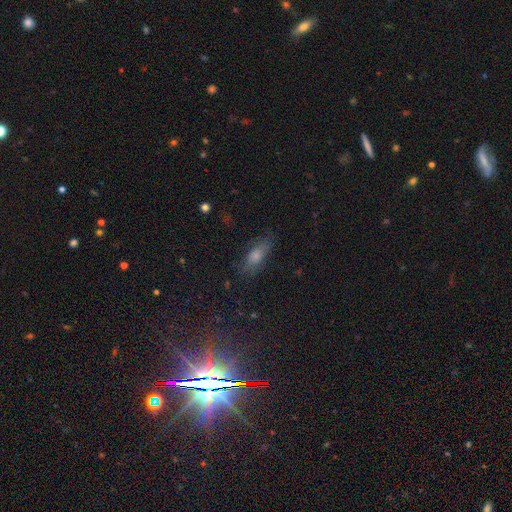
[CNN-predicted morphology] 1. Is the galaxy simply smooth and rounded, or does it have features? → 64% smooth, 22% featured or disk, 14% star or artifact.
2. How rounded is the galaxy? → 66% in between, 30% cigar-shaped, 4% round.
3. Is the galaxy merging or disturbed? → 73% none, 19% minor disturbance, 7% major disturbance, 2% merger.